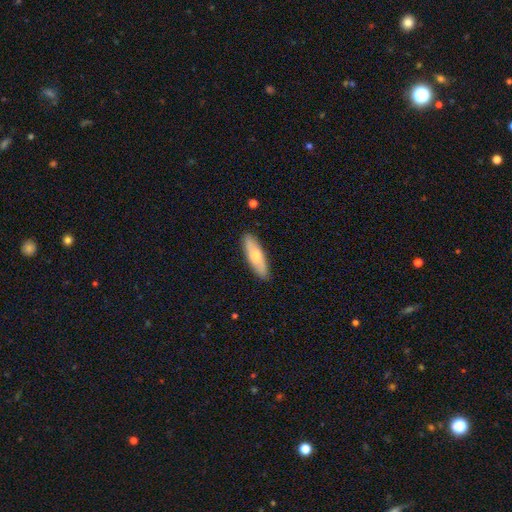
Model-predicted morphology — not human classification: smooth 64%, featured or disk 31%, star or artifact 5%. Down the decision tree: how rounded — cigar-shaped (51%); merging — none (87%).